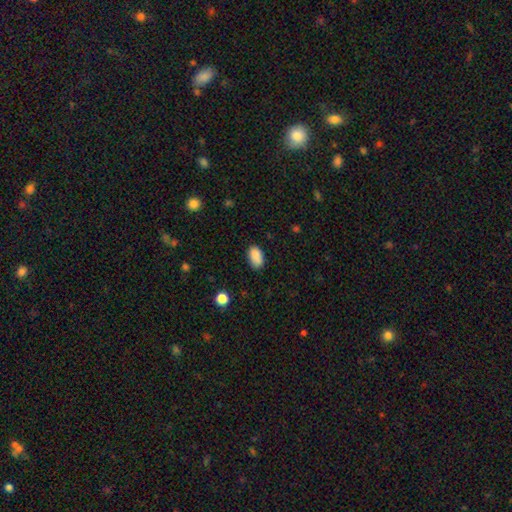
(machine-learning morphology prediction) Smooth or featured? smooth (87%)
How rounded? in between (92%)
Merging? none (76%)